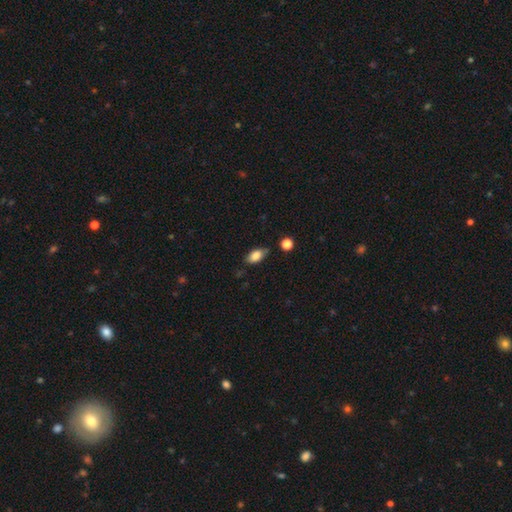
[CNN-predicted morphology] type=smooth (81%); roundness=in between (89%); merging=none (74%).